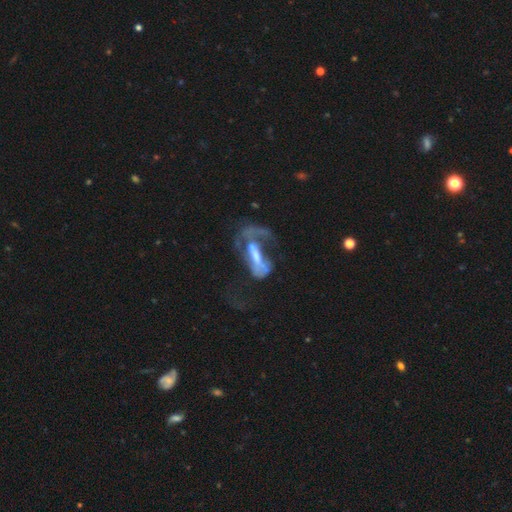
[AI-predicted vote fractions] Morphology: type=featured or disk (69%); edge-on=no (89%); bar=no (38%); spiral arms=yes (60%); bulge=moderate (39%); merging=major disturbance (51%).